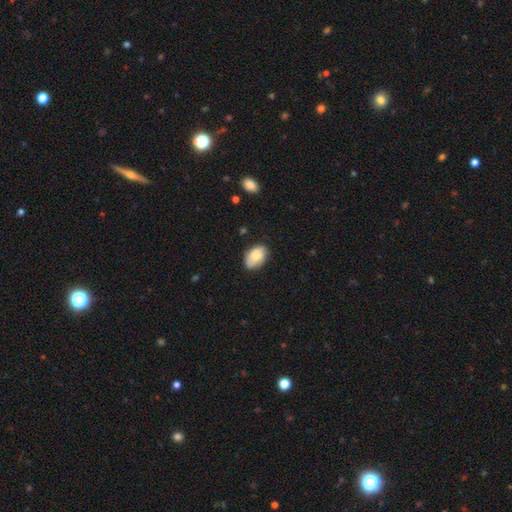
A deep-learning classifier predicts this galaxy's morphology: This appears to be a smooth galaxy with no disk features (77%) that is in between round and cigar-shaped (90%). Merging: none (76%).